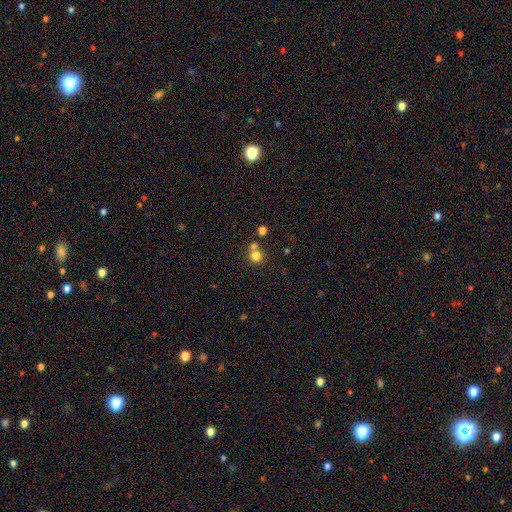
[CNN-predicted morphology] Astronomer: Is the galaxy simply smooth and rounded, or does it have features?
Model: smooth — 78%.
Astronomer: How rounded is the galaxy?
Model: round — 90%.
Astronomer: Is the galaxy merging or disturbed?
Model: none — 59%.